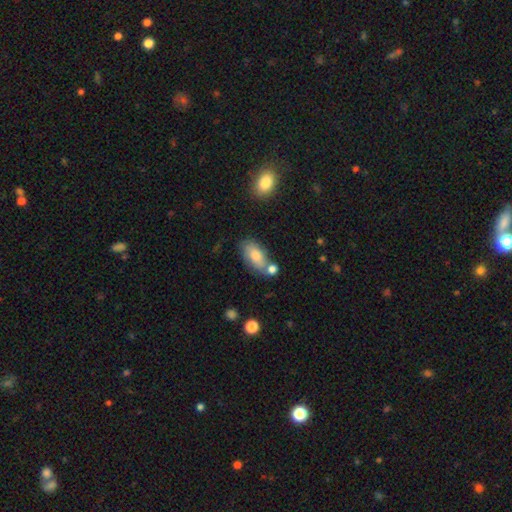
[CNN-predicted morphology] Smooth or featured: smooth — 71% (featured or disk — 21%)
How rounded: in between — 90% (cigar-shaped — 6%)
Merging: none — 60% (minor disturbance — 18%)